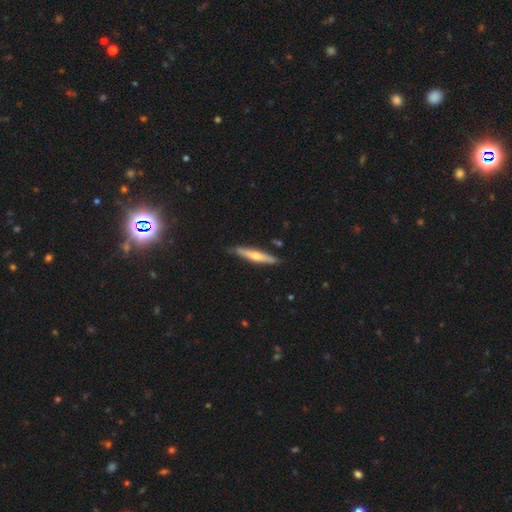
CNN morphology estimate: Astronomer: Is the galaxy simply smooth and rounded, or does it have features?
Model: featured or disk — 52% (runner-up: smooth, 43%).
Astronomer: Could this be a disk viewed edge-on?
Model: yes — 93%.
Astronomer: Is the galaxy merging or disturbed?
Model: none — 83%.